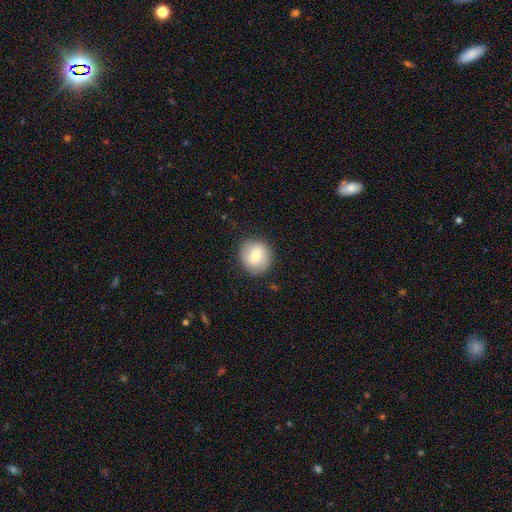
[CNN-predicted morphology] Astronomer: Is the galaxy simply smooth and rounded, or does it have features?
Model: smooth — 73%.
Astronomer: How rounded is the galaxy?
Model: round — 91%.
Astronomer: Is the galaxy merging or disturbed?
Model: none — 87%.